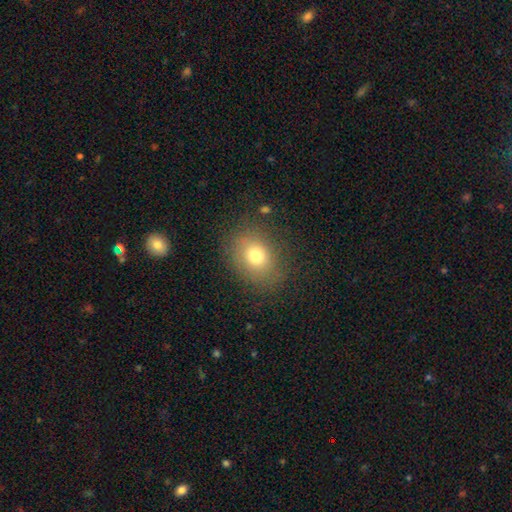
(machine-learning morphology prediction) smooth 75%, star or artifact 13%, featured or disk 12%. Down the decision tree: how rounded — round (51%); merging — none (80%).